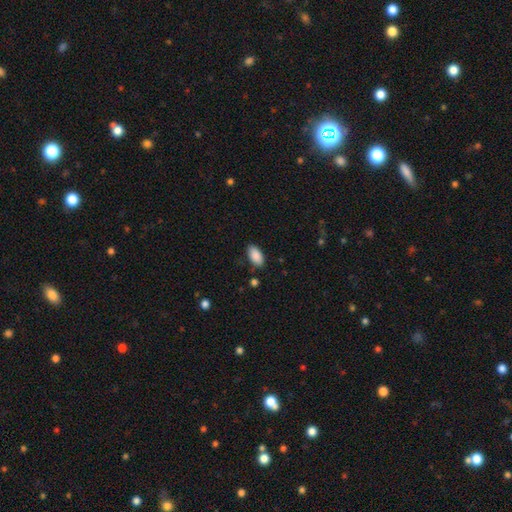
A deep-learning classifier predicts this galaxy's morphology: Q: Smooth or featured?
A: smooth (89%); runner-up: star or artifact (7%)
Q: How rounded?
A: in between (94%); runner-up: cigar-shaped (3%)
Q: Merging?
A: none (84%); runner-up: minor disturbance (12%)